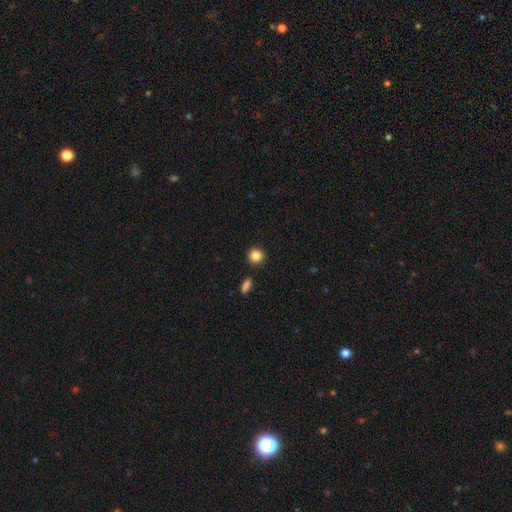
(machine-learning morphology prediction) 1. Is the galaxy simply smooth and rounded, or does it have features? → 86% smooth, 10% star or artifact, 4% featured or disk.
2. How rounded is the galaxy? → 91% round, 7% in between, 1% cigar-shaped.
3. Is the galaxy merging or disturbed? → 90% none, 6% minor disturbance, 3% merger, 2% major disturbance.